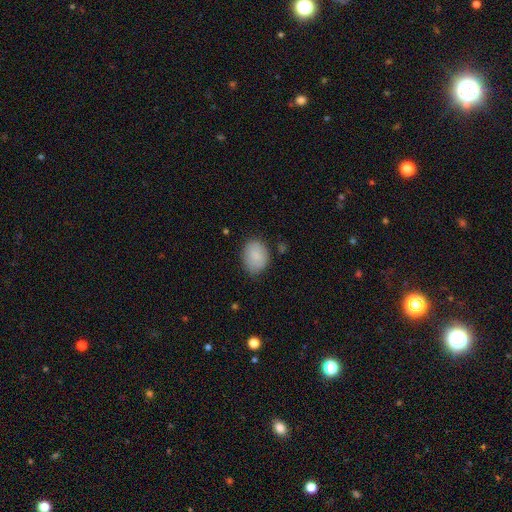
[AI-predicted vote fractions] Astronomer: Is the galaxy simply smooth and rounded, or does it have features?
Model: smooth — 86%.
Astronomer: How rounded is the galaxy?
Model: in between — 66%.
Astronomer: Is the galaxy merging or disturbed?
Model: none — 75%.